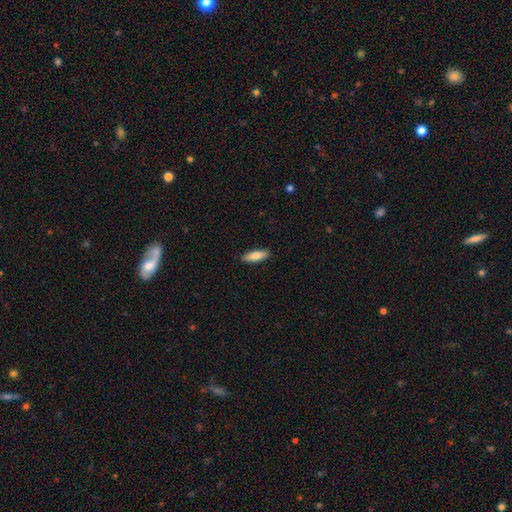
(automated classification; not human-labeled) smooth 83%, featured or disk 11%, star or artifact 6%. Down the decision tree: how rounded — in between (57%); merging — none (89%).